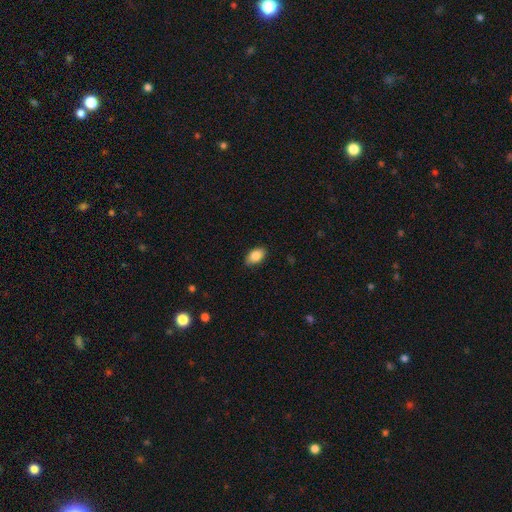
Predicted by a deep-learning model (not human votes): smooth-or-featured: smooth: 85% | featured or disk: 8% | star or artifact: 7%
  how-rounded: in between: 91% | round: 7% | cigar-shaped: 2%
  merging: none: 84% | minor disturbance: 13% | major disturbance: 2% | merger: 1%